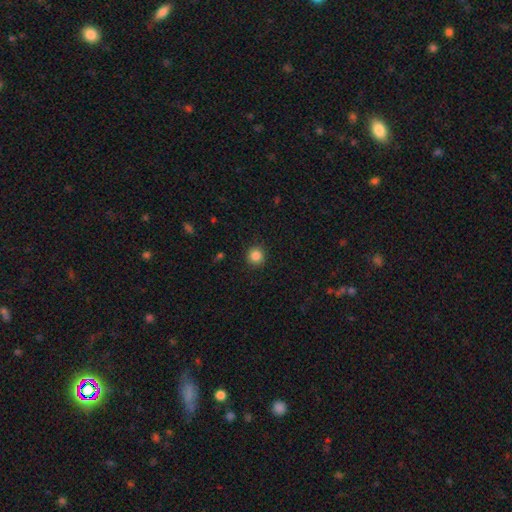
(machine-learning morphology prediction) smooth 85%, star or artifact 11%, featured or disk 4%. Down the decision tree: how rounded — round (93%); merging — none (90%).